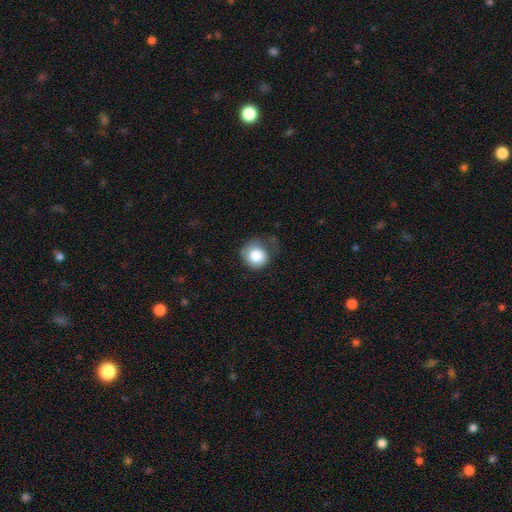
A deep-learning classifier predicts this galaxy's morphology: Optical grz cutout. It shows a smooth galaxy with no disk features (82%) that is round (86%). Merging: none (46%).